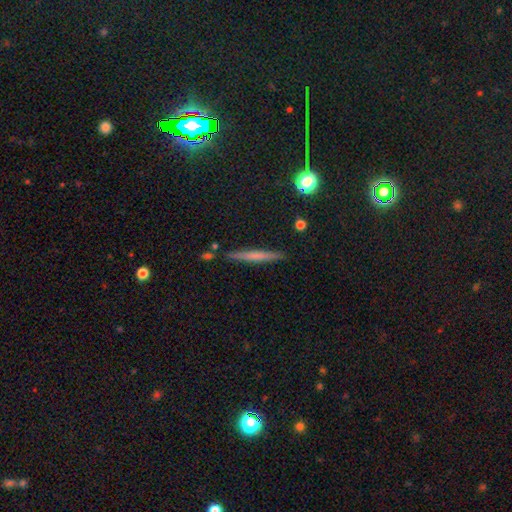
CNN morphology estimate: smooth 53%, featured or disk 39%, star or artifact 8%. Down the decision tree: how rounded — cigar-shaped (95%); merging — none (89%).